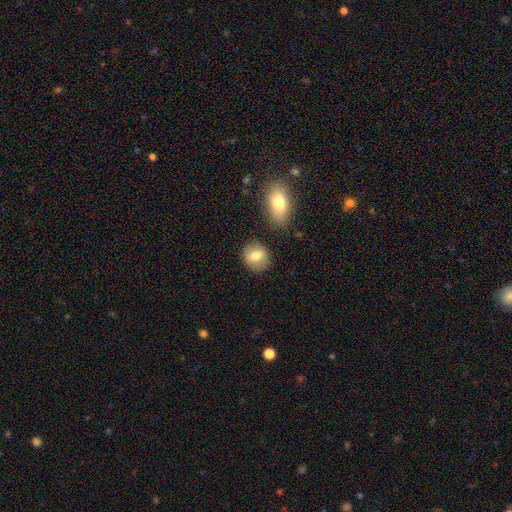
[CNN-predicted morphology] smooth_or_featured: smooth (p=0.74) [alt: featured or disk p=0.19]
how_rounded: round (p=0.74) [alt: in between p=0.25]
merging: none (p=0.83) [alt: minor disturbance p=0.10]